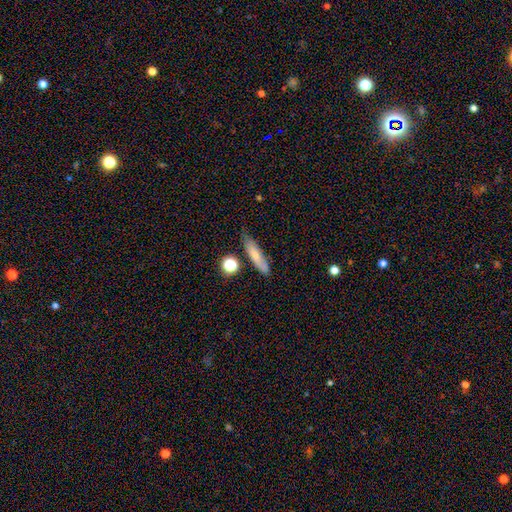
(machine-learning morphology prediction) This is likely a smooth galaxy (71%). How rounded: likely cigar-shaped (72%). Merging: likely none (72%).